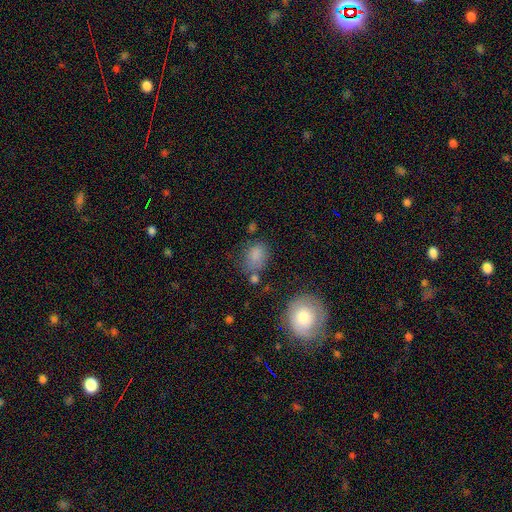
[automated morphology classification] The model was most divided on "merging": none: 56%, minor disturbance: 24%, major disturbance: 10%, merger: 9%. More confident: smooth or featured — smooth (79%); how rounded — in between (71%).